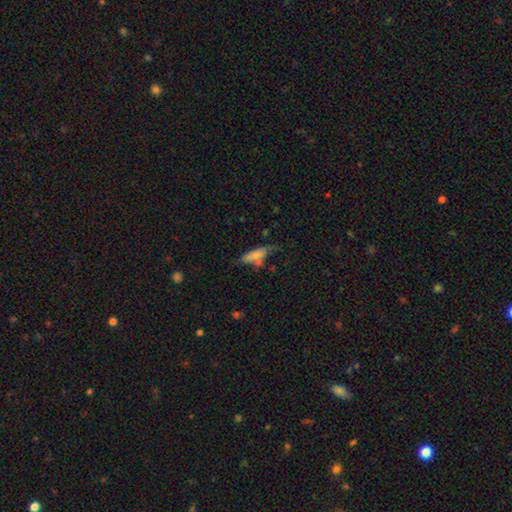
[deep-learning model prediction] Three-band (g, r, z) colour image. It shows a smooth galaxy with no disk features (69%) that is in between round and cigar-shaped (49%, tied with cigar-shaped). Merging: none (45%).